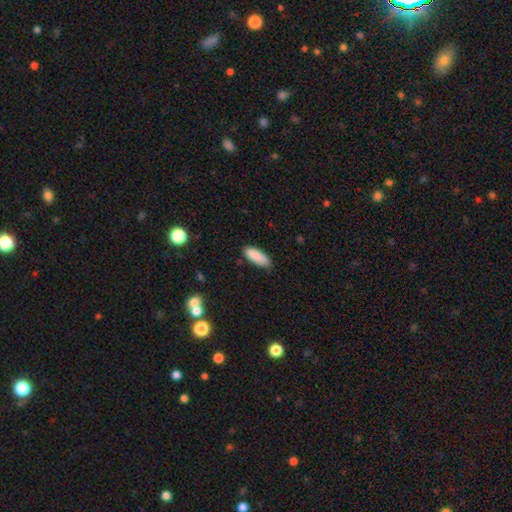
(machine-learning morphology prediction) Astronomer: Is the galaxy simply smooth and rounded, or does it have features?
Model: smooth — 87%.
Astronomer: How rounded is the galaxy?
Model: in between — 75%.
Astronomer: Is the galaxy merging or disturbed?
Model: none — 77%.